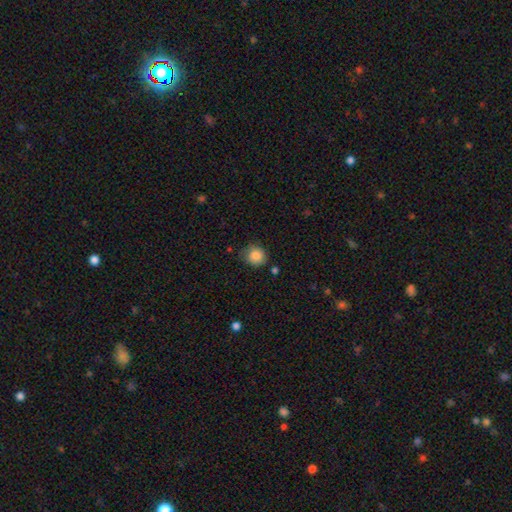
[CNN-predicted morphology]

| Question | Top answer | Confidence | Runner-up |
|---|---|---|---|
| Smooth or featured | smooth | 86% | star or artifact (9%) |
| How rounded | round | 90% | in between (10%) |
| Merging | none | 77% | minor disturbance (16%) |